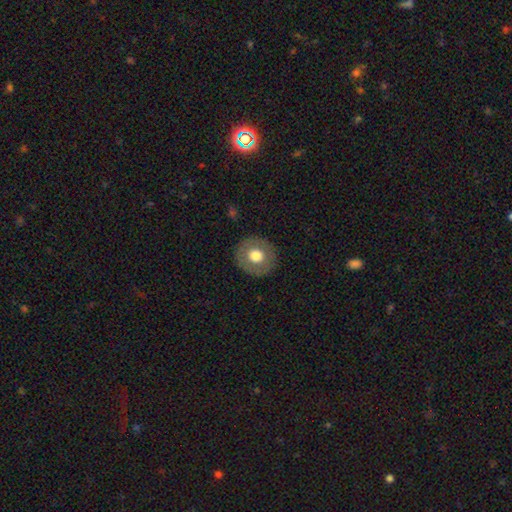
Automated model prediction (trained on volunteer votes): This is likely a smooth galaxy (66%). How rounded: clearly round (90%). Merging: clearly none (89%).